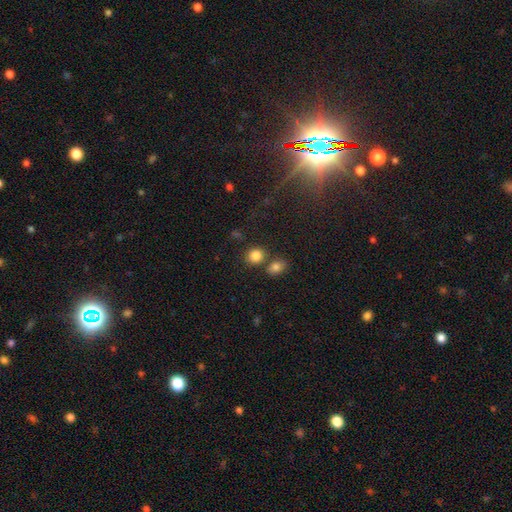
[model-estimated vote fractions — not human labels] Smooth or featured? Predicted: smooth (p=0.84). How rounded? Predicted: round (p=0.71). Merging? Predicted: none (p=0.68).